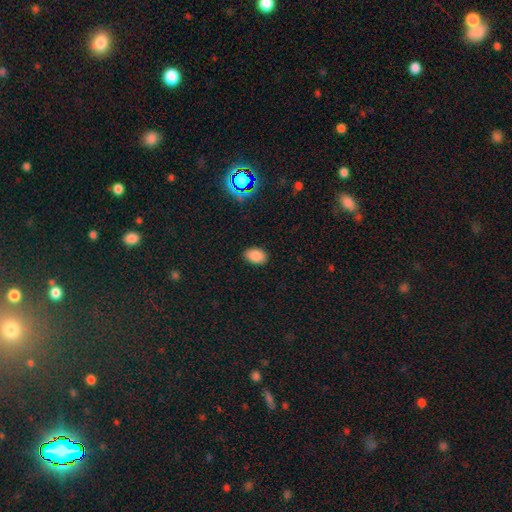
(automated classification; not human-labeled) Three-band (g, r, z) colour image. It shows a smooth galaxy with no disk features (85%) that is in between round and cigar-shaped (88%). Merging: none (88%).